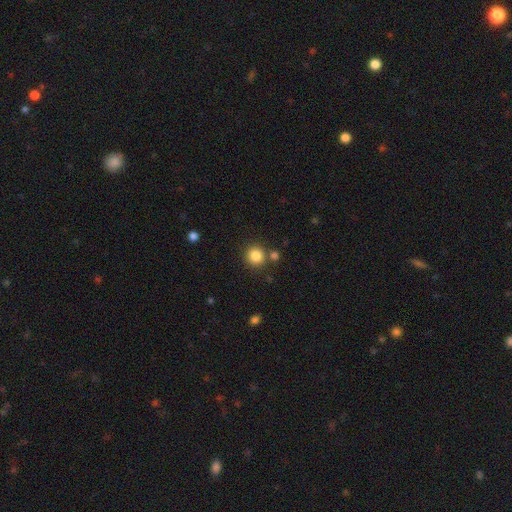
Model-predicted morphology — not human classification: type=smooth (85%); roundness=round (92%); merging=none (81%).